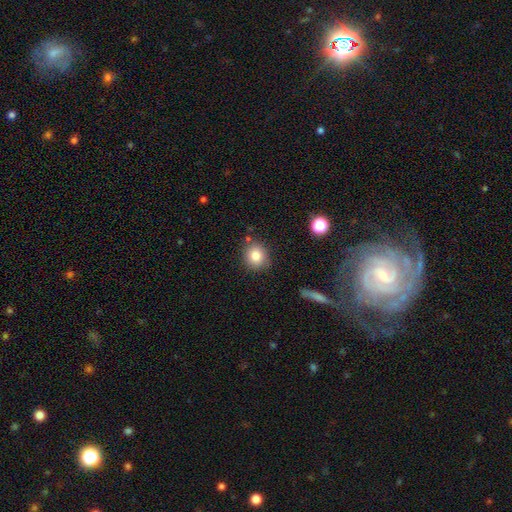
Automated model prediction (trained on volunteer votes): A smooth galaxy with no disk features (82%) that is round (79%). Merging: none (81%).